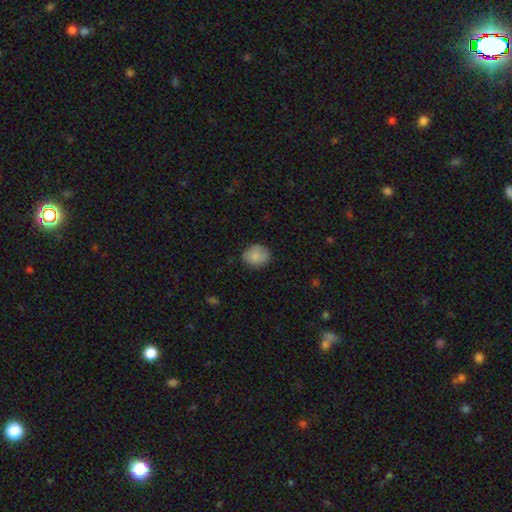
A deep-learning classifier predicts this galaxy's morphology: Overall: smooth (81%). How rounded: round (64%; in between 35%). Merging: none (74%).